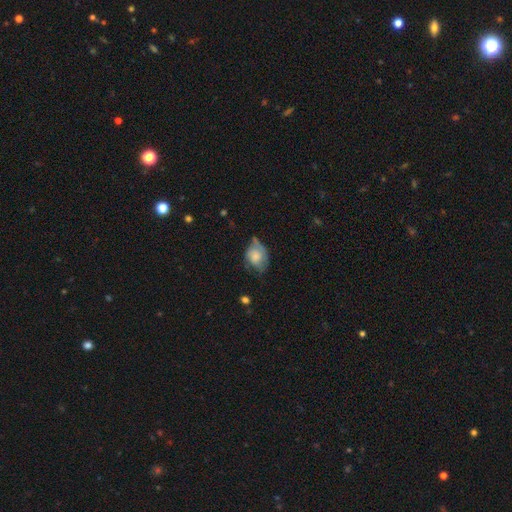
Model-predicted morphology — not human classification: Q: Smooth or featured?
A: smooth (59%); runner-up: featured or disk (33%)
Q: How rounded?
A: in between (64%); runner-up: round (34%)
Q: Merging?
A: minor disturbance (39%); runner-up: none (35%)